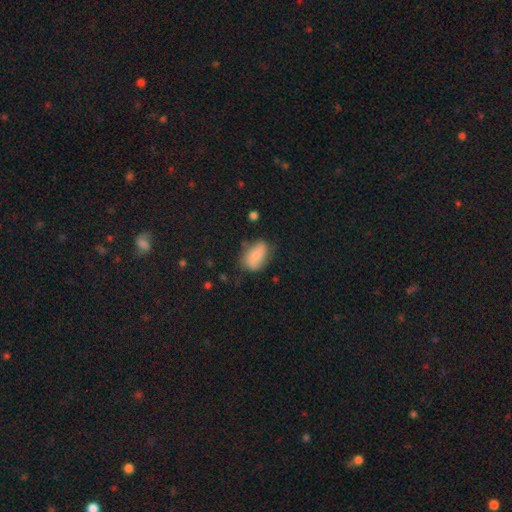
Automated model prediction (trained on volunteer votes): Smooth or featured: smooth — 69% (featured or disk — 24%)
How rounded: in between — 88% (round — 9%)
Merging: none — 61% (minor disturbance — 27%)